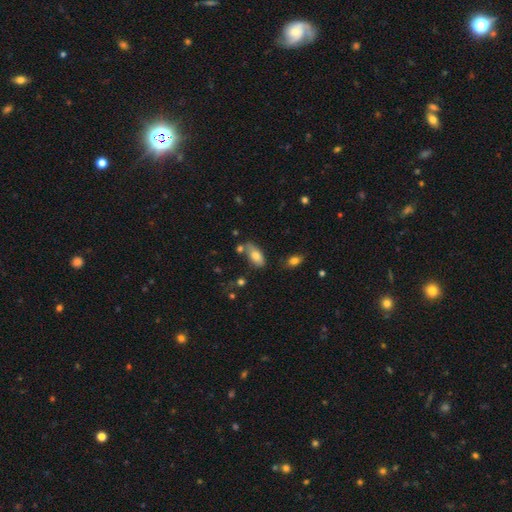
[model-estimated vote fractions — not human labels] Smooth or featured? smooth (76%)
How rounded? in between (90%)
Merging? none (57%)